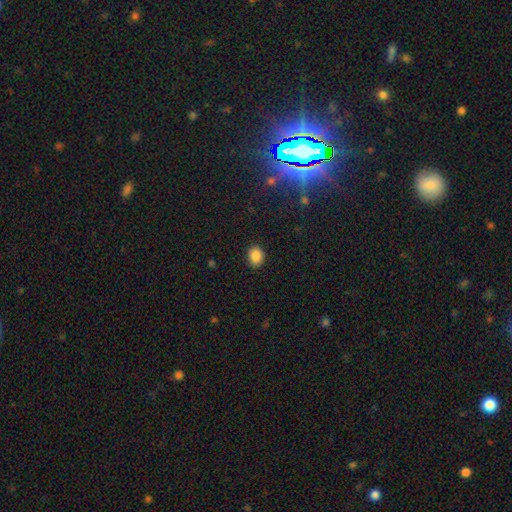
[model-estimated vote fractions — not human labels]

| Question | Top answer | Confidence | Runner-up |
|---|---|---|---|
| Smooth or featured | smooth | 87% | star or artifact (9%) |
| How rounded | in between | 53% | round (47%) |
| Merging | none | 88% | minor disturbance (9%) |